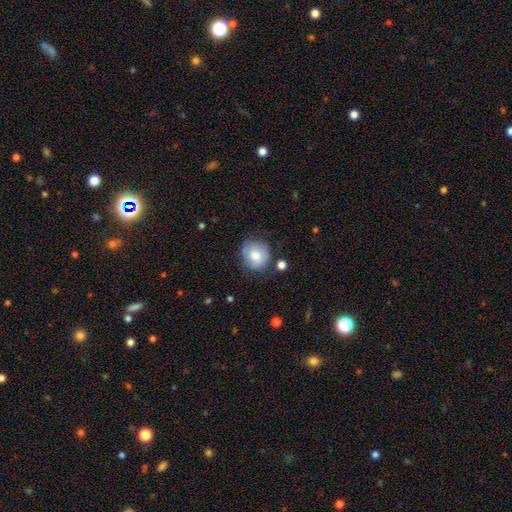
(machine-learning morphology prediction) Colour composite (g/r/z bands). It shows a smooth galaxy with no disk features (74%) that is round (80%). Merging: none (69%).